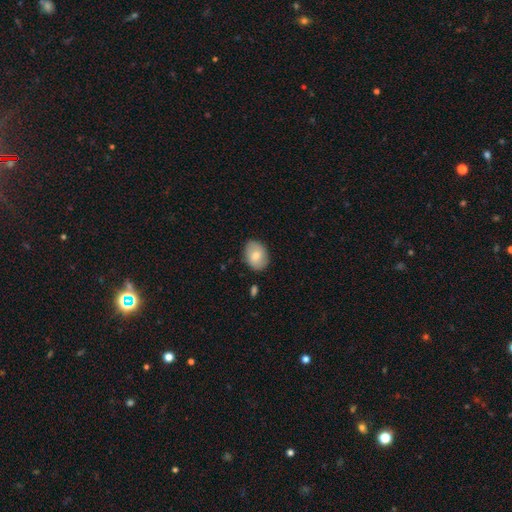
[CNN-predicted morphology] Q: Smooth or featured?
A: smooth (76%); runner-up: featured or disk (18%)
Q: How rounded?
A: in between (71%); runner-up: round (28%)
Q: Merging?
A: none (84%); runner-up: minor disturbance (12%)